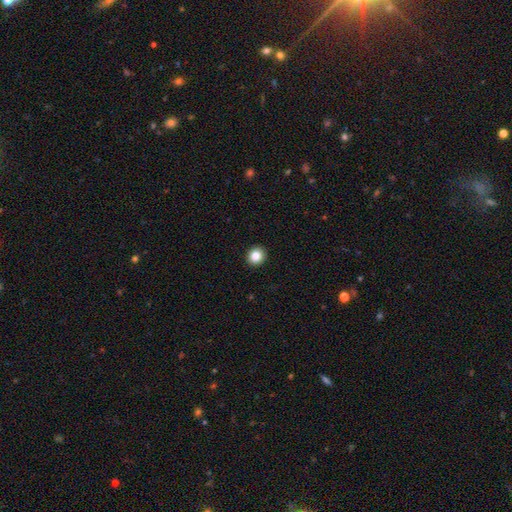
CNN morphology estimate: Smooth or featured: smooth — 84% (star or artifact — 10%)
How rounded: round — 88% (in between — 11%)
Merging: none — 93% (minor disturbance — 4%)